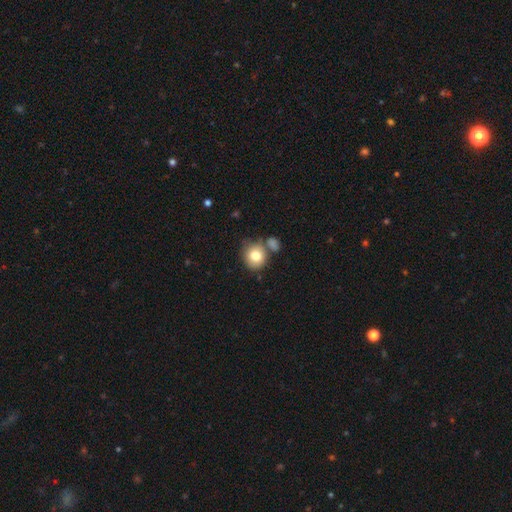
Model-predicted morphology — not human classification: type=smooth (80%); roundness=round (78%); merging=none (62%).